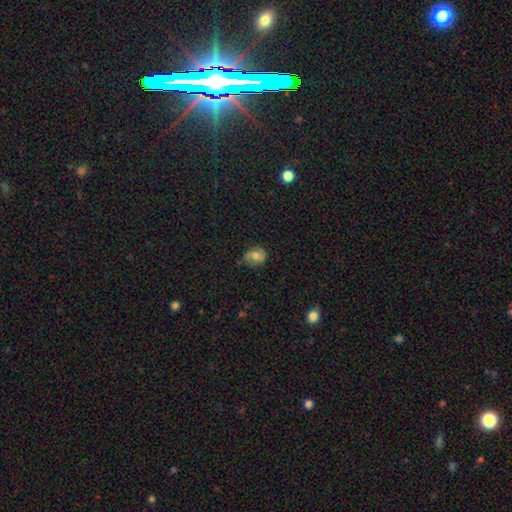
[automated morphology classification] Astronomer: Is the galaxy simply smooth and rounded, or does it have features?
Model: smooth — 60%.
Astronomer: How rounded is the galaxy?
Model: round — 62%.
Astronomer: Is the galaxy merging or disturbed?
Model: none — 73%.